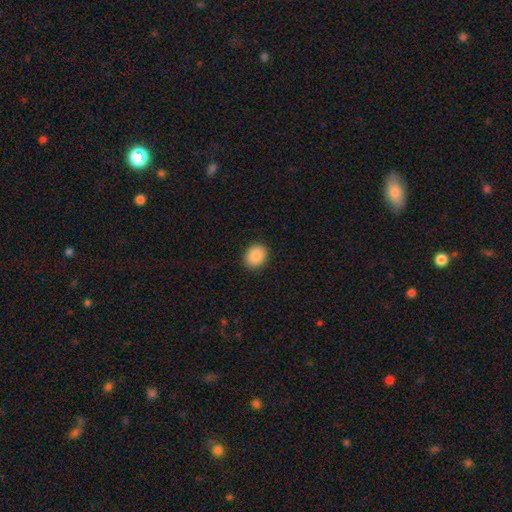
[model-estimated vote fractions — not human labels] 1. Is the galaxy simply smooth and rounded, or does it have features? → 89% smooth, 8% star or artifact, 3% featured or disk.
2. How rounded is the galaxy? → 54% round, 45% in between, 1% cigar-shaped.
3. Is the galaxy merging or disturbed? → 90% none, 7% minor disturbance, 2% major disturbance, 1% merger.